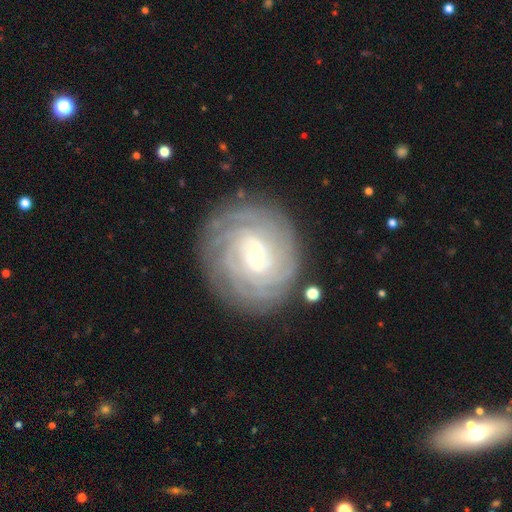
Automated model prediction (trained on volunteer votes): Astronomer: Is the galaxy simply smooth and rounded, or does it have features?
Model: featured or disk — 87%.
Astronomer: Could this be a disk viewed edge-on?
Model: no — 97%.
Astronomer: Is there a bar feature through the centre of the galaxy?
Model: weak — 53%.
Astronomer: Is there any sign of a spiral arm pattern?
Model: yes — 97%.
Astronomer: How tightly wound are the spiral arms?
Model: tight — 85%.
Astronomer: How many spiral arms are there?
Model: can't tell — 27% (runner-up: 4, 26%).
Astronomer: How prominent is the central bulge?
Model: small — 65%.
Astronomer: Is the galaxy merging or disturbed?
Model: none — 85%.